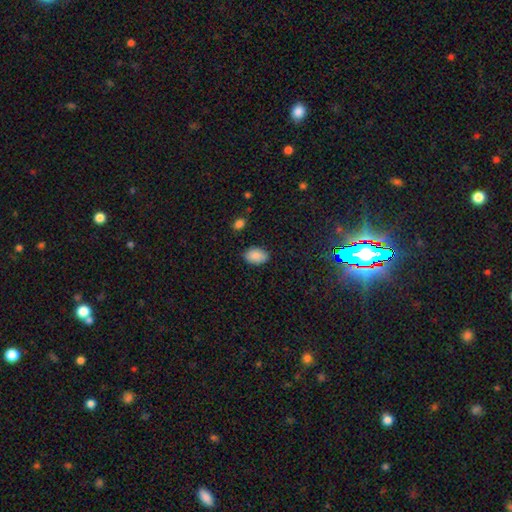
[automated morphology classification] type=smooth (88%); roundness=in between (87%); merging=none (83%).